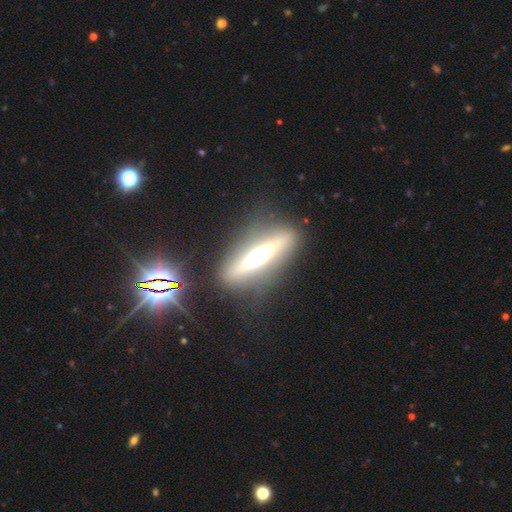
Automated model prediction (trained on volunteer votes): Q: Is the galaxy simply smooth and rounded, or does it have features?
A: featured or disk — 73%.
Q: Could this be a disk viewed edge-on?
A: yes — 90%.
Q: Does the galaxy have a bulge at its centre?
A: rounded — 82%.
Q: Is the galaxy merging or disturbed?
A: none — 78%.